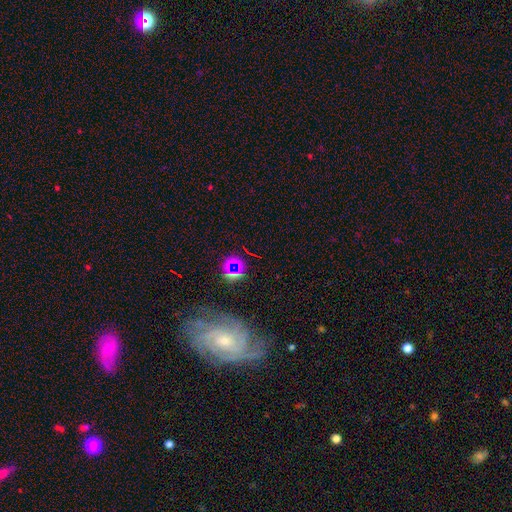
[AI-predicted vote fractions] Q: Smooth or featured?
A: star or artifact (72%); runner-up: smooth (19%)